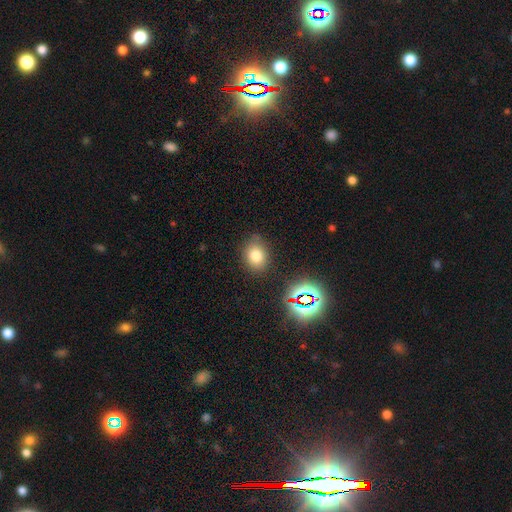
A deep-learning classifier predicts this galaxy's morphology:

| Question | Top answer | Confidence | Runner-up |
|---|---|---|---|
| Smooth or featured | smooth | 76% | star or artifact (16%) |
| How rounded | round | 52% | in between (47%) |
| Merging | none | 81% | minor disturbance (13%) |